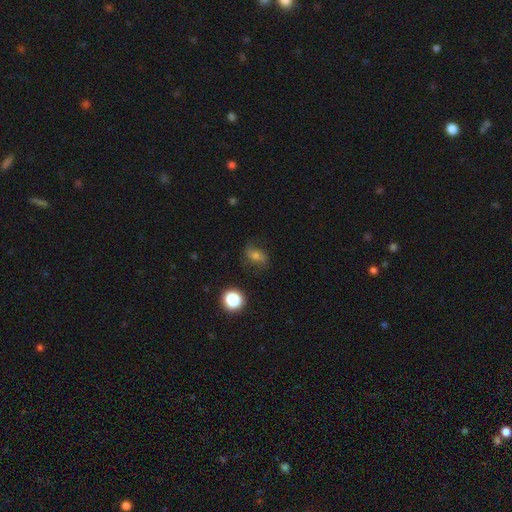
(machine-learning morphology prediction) The model was most divided on "smooth or featured": smooth: 50%, featured or disk: 34%, star or artifact: 17%. More confident: merging — none (68%).